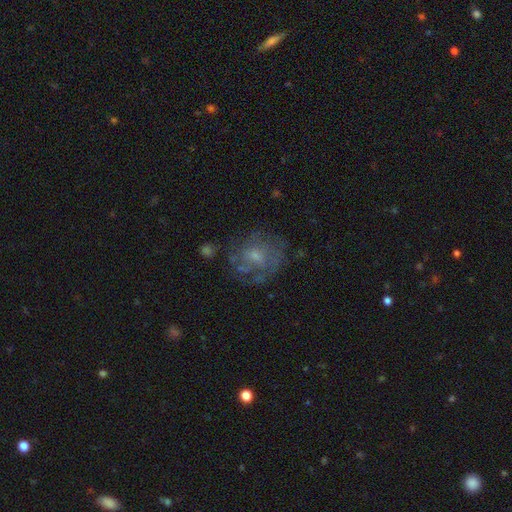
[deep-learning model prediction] This is likely a featured or disk galaxy (60%). It is clearly not viewed edge-on (97%). Bar: likely no (72%). Spiral arm pattern: likely yes (62%). Central bulge: possibly small (51%). Merging: likely none (63%).